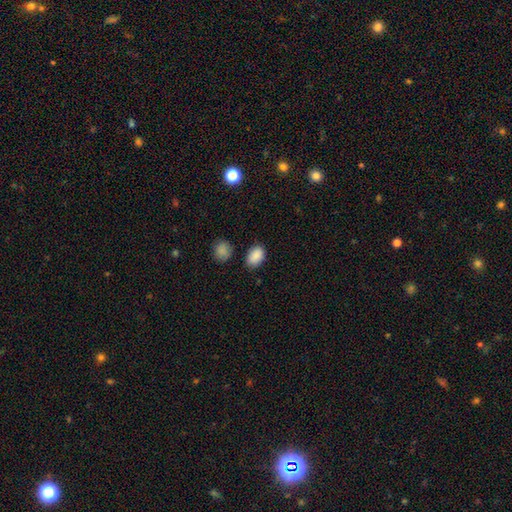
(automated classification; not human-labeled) Smooth or featured? smooth (88%)
How rounded? in between (85%)
Merging? none (80%)